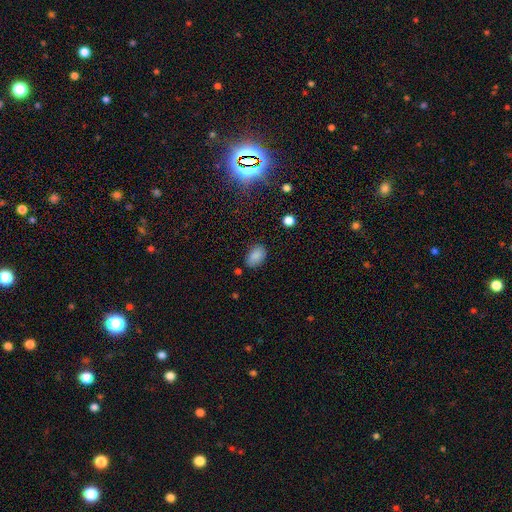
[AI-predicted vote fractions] A smooth galaxy with no disk features (85%) that is in between round and cigar-shaped (87%). Merging: none (80%).